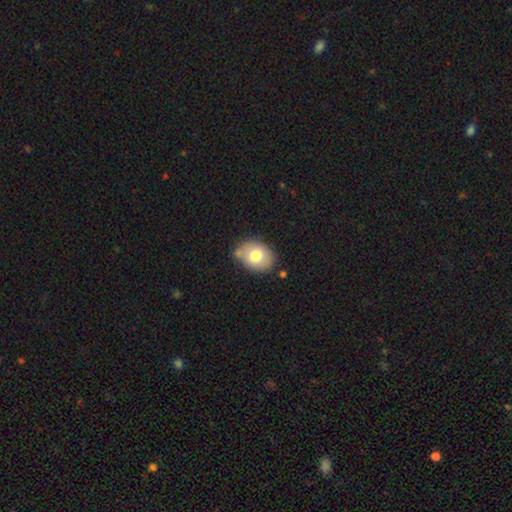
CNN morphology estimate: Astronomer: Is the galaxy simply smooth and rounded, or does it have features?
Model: smooth — 74%.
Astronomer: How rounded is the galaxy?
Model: in between — 67%.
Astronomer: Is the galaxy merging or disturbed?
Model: none — 70%.